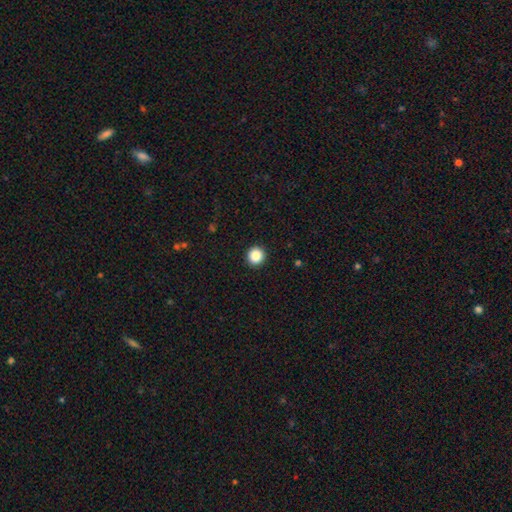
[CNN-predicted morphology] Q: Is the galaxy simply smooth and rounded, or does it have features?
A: smooth — 88%.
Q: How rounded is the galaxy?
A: round — 95%.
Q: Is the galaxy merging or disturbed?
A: none — 93%.